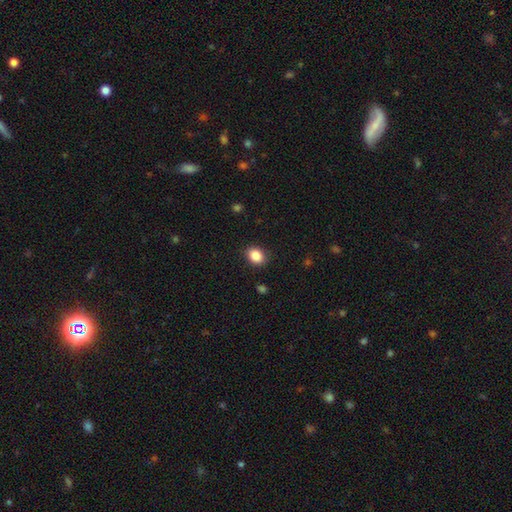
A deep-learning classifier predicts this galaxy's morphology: A smooth galaxy with no disk features (87%) that is in between round and cigar-shaped (61%).

Vote fractions:
- Smooth or featured? smooth: 87% / star or artifact: 9% / featured or disk: 4%
- How rounded? in between: 61% / round: 38% / cigar-shaped: 1%
- Merging? none: 87% / minor disturbance: 10% / major disturbance: 2% / merger: 1%